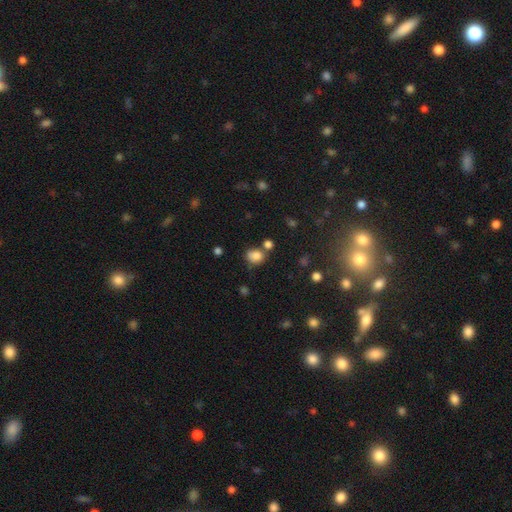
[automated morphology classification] type=smooth (82%); roundness=round (60%); merging=none (60%).